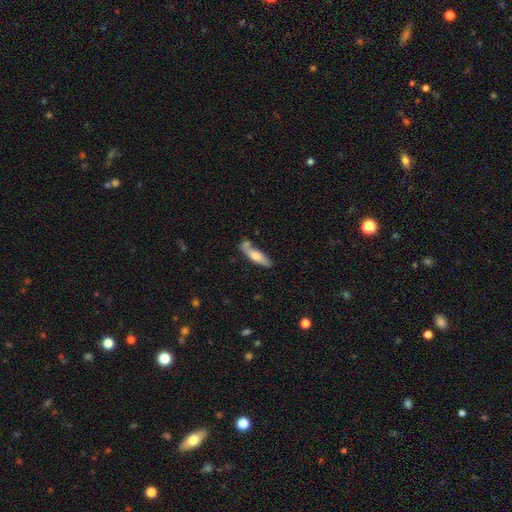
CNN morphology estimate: Smooth or featured: smooth — 66% (featured or disk — 28%)
How rounded: cigar-shaped — 70% (in between — 28%)
Merging: none — 59% (minor disturbance — 21%)